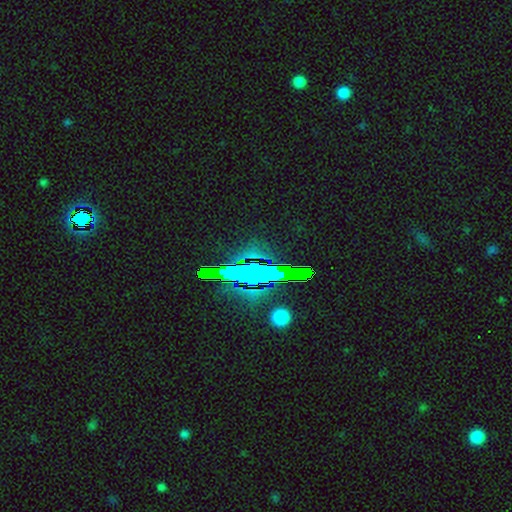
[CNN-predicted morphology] smooth-or-featured: star or artifact: 76% | featured or disk: 12% | smooth: 11%